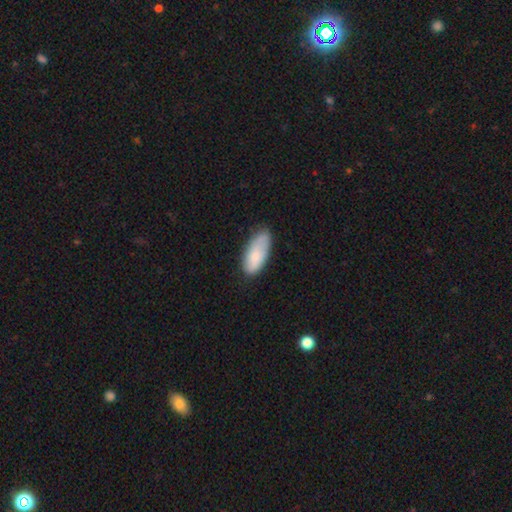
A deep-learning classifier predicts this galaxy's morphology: A smooth galaxy with no disk features (80%) that is in between round and cigar-shaped (87%). Merging: none (65%).